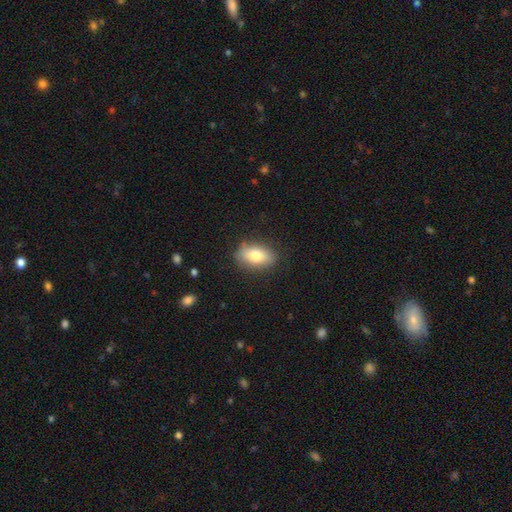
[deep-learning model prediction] Smooth or featured? smooth (74%)
How rounded? in between (87%)
Merging? none (81%)